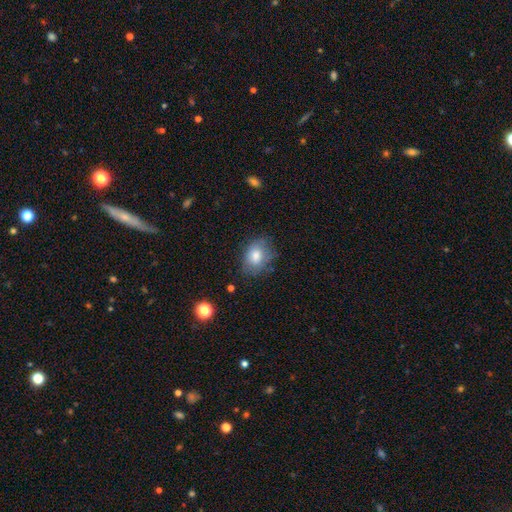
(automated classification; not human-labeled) The model was most divided on "how rounded": in between: 65%, round: 34%, cigar-shaped: 1%. More confident: smooth or featured — smooth (77%); merging — none (67%).